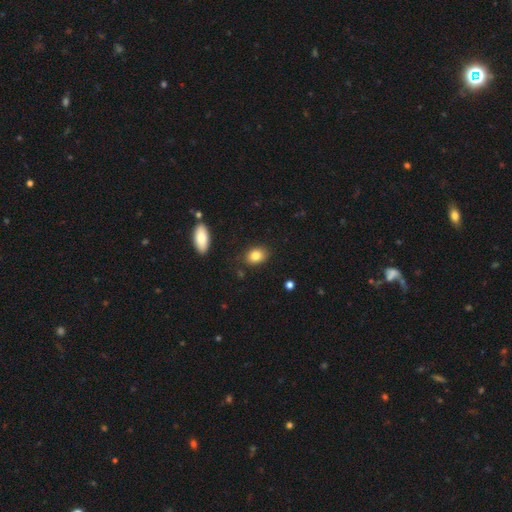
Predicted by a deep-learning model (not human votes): smooth-or-featured: smooth: 83% | star or artifact: 9% | featured or disk: 8%
  how-rounded: in between: 71% | round: 28% | cigar-shaped: 1%
  merging: none: 84% | minor disturbance: 11% | major disturbance: 3% | merger: 2%